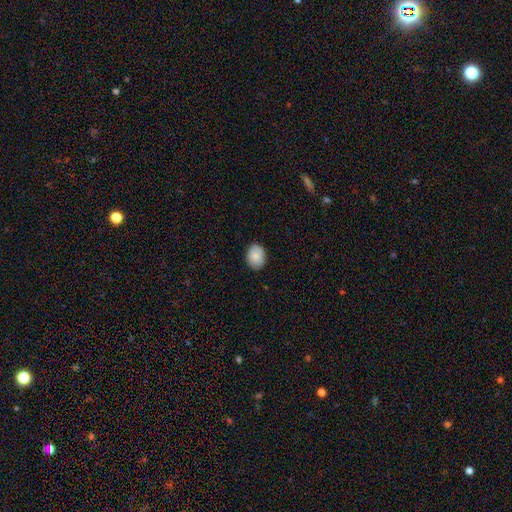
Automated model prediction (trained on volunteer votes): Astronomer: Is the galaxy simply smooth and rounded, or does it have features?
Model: smooth — 83%.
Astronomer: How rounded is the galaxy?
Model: in between — 61% (runner-up: round, 38%).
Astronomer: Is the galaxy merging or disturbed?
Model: none — 86%.